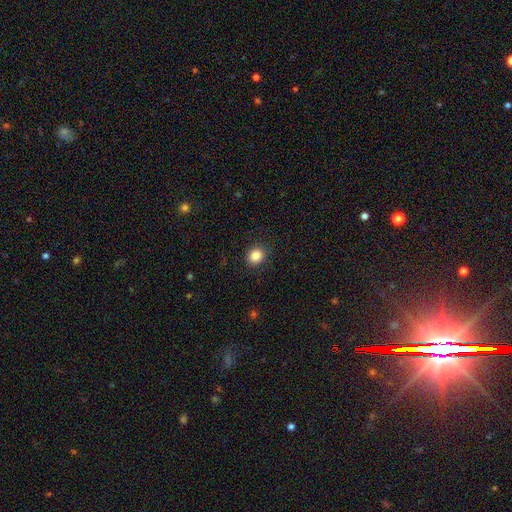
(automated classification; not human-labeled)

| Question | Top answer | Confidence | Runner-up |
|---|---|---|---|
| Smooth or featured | smooth | 86% | star or artifact (10%) |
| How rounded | round | 76% | in between (23%) |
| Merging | none | 89% | minor disturbance (7%) |